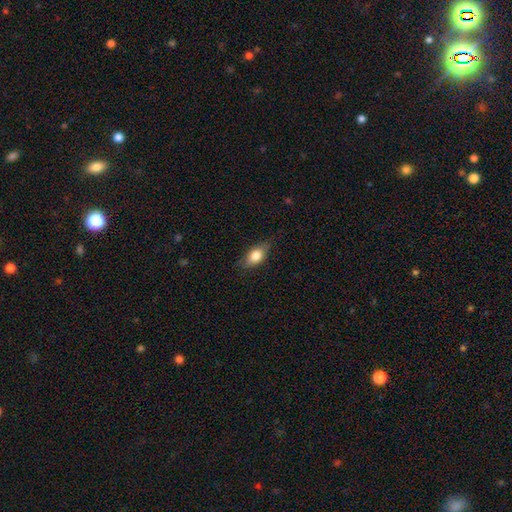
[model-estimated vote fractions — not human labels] Smooth or featured: smooth — 79% (featured or disk — 14%)
How rounded: in between — 85% (round — 8%)
Merging: none — 76% (minor disturbance — 19%)